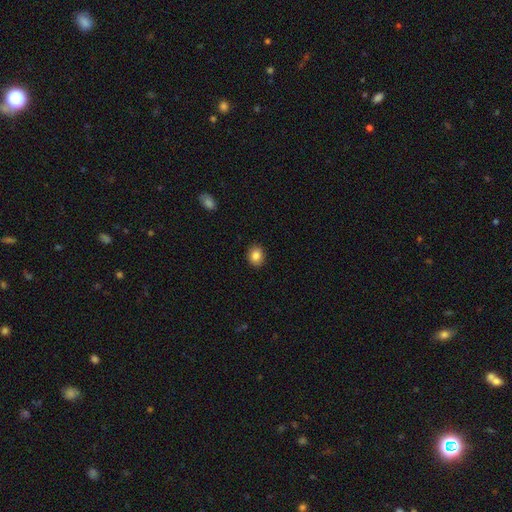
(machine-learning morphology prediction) Smooth or featured? smooth (85%)
How rounded? round (58%)
Merging? none (90%)